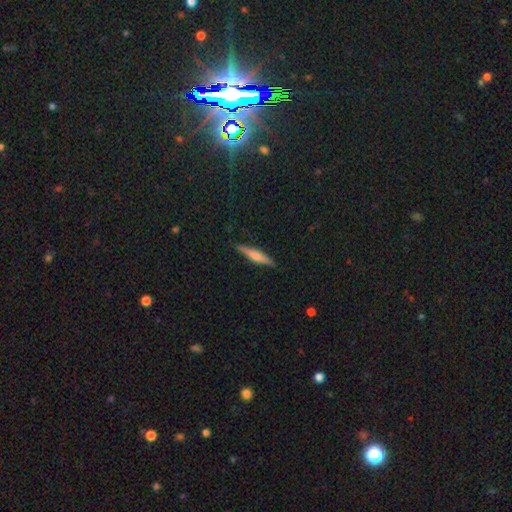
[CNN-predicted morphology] Smooth or featured?
  - smooth: 47% *
  - featured or disk: 46%
  - star or artifact: 7%
Merging?
  - none: 88% *
  - minor disturbance: 9%
  - major disturbance: 2%
  - merger: 1%